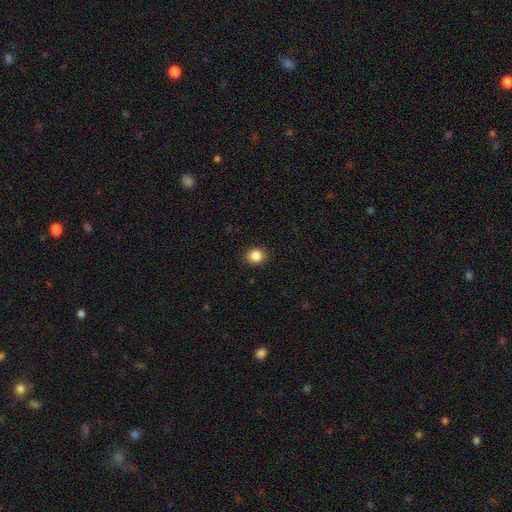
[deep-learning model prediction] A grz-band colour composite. It shows a smooth galaxy with no disk features (86%) that is round (76%). Merging: none (90%).